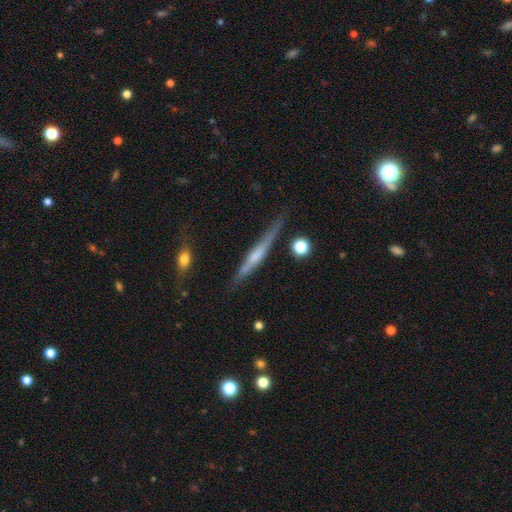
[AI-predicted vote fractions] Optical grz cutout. It shows a featured or disk galaxy (61%) viewed edge-on (96%) with a rounded central bulge (42%). Merging: none (81%).